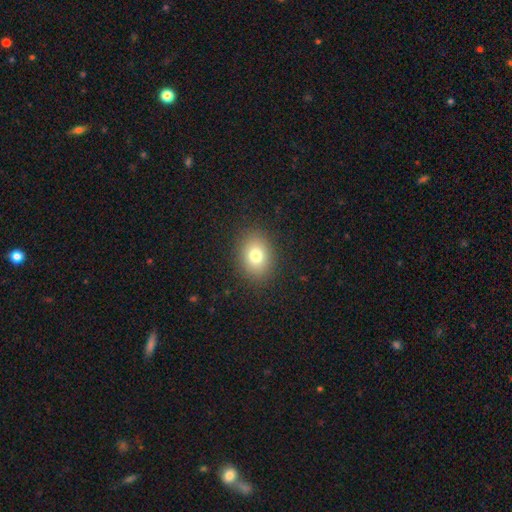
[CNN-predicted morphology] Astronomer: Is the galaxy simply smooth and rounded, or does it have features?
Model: smooth — 78%.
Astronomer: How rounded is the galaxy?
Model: in between — 53% (runner-up: round, 46%).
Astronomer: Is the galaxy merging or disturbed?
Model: none — 88%.